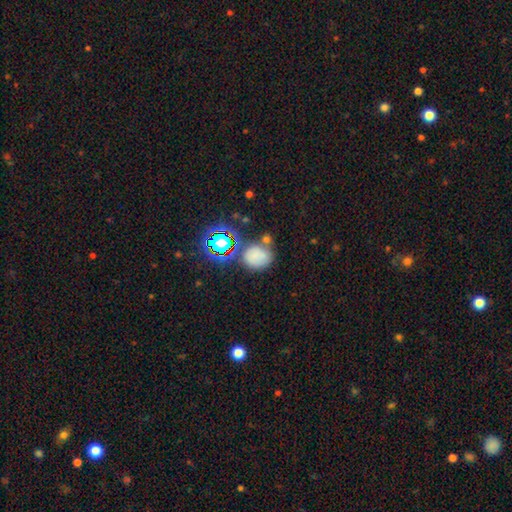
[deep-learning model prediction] Q: Smooth or featured?
A: smooth (69%); runner-up: star or artifact (22%)
Q: How rounded?
A: round (62%); runner-up: in between (37%)
Q: Merging?
A: none (61%); runner-up: minor disturbance (17%)